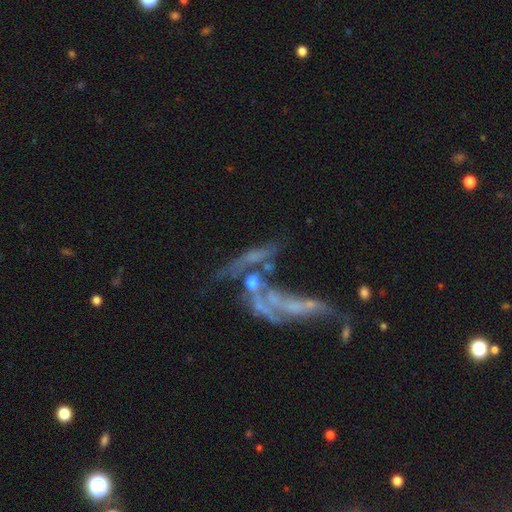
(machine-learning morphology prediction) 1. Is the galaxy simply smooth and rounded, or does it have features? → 62% featured or disk, 21% smooth, 17% star or artifact.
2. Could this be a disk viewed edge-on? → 77% no, 23% yes.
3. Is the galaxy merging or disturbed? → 51% merger, 24% major disturbance, 16% none, 10% minor disturbance.